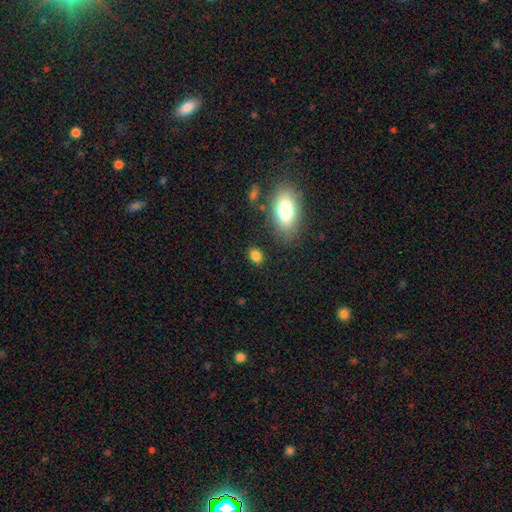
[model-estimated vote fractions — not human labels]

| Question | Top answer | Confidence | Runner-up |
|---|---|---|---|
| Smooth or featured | smooth | 82% | star or artifact (11%) |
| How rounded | in between | 62% | round (36%) |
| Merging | none | 83% | minor disturbance (11%) |